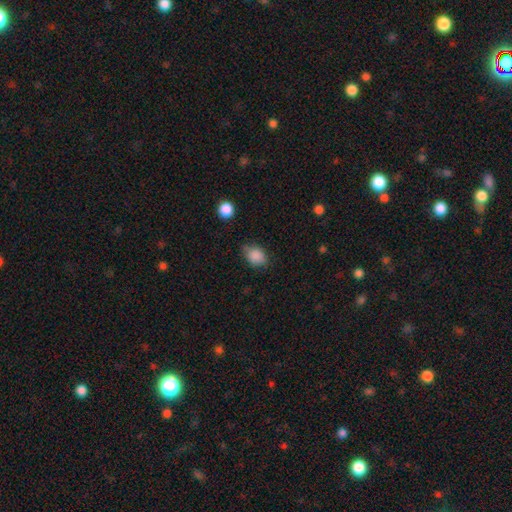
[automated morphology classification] smooth-or-featured: smooth: 86% | star or artifact: 9% | featured or disk: 5%
  how-rounded: in between: 64% | round: 35% | cigar-shaped: 1%
  merging: none: 68% | minor disturbance: 24% | major disturbance: 6% | merger: 2%